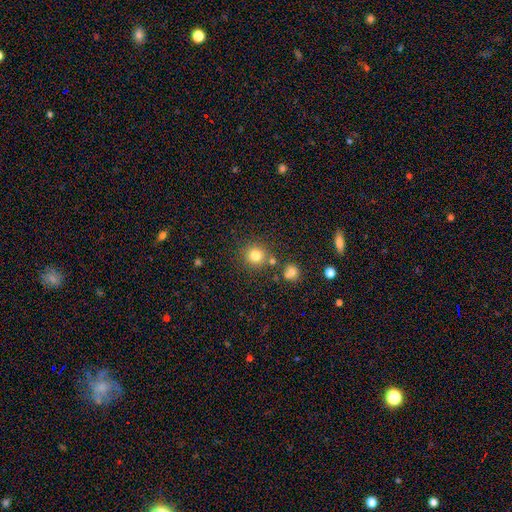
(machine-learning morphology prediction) The model was most divided on "smooth or featured": smooth: 80%, star or artifact: 14%, featured or disk: 6%. More confident: how rounded — round (92%); merging — none (79%).